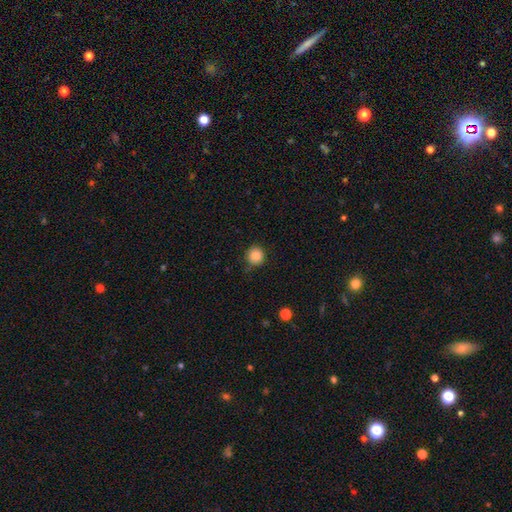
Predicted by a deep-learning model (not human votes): Smooth or featured: smooth — 85% (star or artifact — 11%)
How rounded: round — 92% (in between — 7%)
Merging: none — 81% (minor disturbance — 14%)